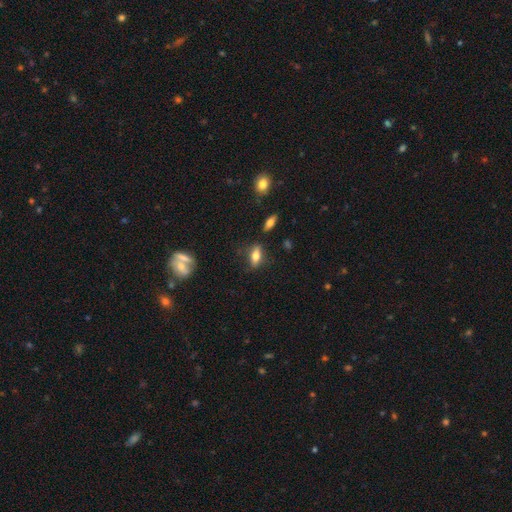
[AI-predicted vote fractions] This appears to be a smooth galaxy with no disk features (61%) that is in between round and cigar-shaped (70%). Merging: none (78%).